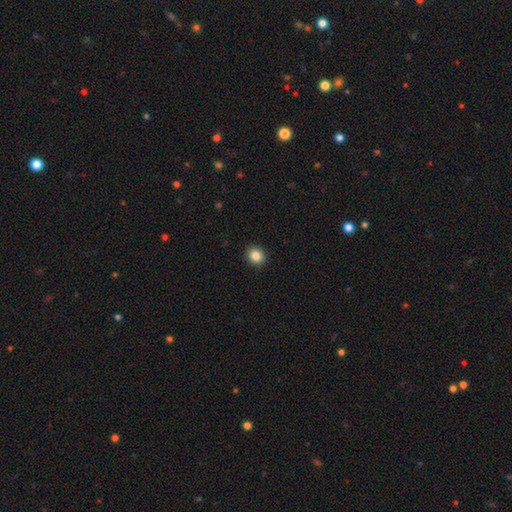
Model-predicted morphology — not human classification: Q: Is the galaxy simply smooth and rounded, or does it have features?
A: smooth — 85%.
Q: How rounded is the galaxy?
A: round — 81%.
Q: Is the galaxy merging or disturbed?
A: none — 92%.